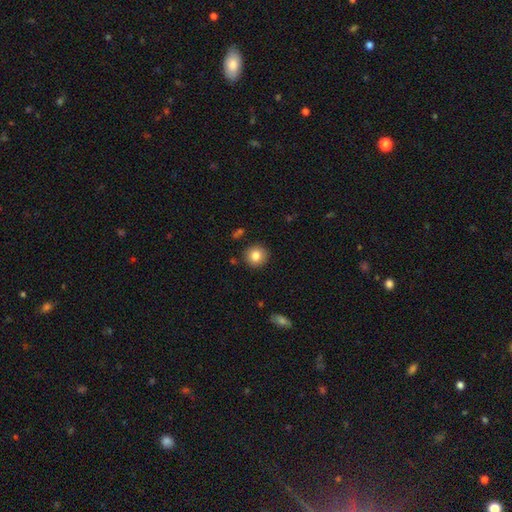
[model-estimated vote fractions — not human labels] smooth_or_featured: smooth (p=0.82) [alt: star or artifact p=0.09]
how_rounded: round (p=0.92) [alt: in between p=0.07]
merging: none (p=0.90) [alt: minor disturbance p=0.06]